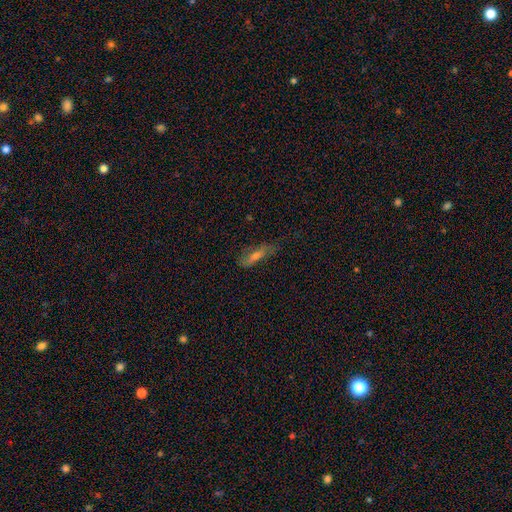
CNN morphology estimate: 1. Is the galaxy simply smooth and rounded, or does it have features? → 50% smooth, 38% featured or disk, 12% star or artifact.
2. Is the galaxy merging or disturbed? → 66% none, 24% minor disturbance, 8% major disturbance, 2% merger.